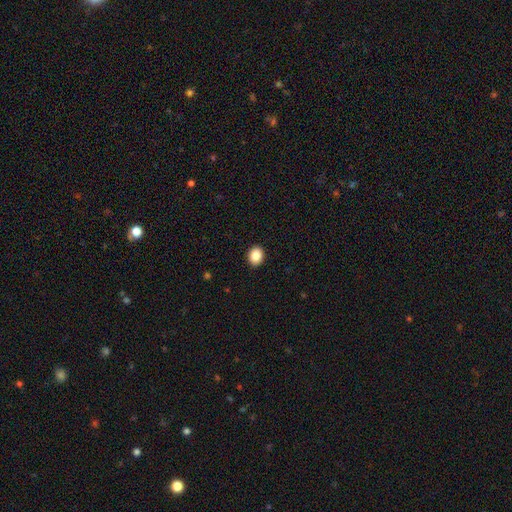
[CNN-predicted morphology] This is clearly a smooth galaxy (87%). How rounded: possibly round (53%). Merging: clearly none (92%).